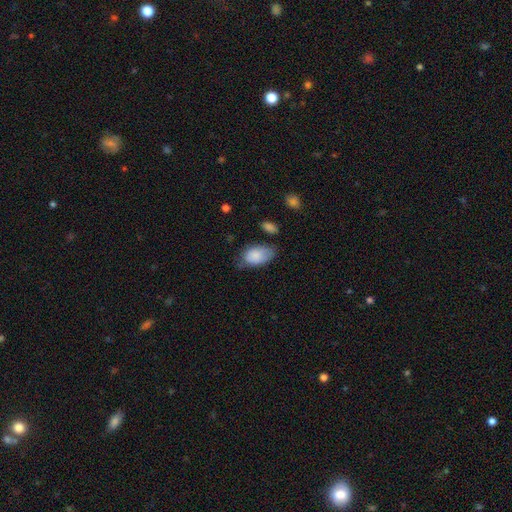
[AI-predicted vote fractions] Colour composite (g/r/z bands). It shows a smooth galaxy with no disk features (85%) that is in between round and cigar-shaped (93%). Merging: none (52%).